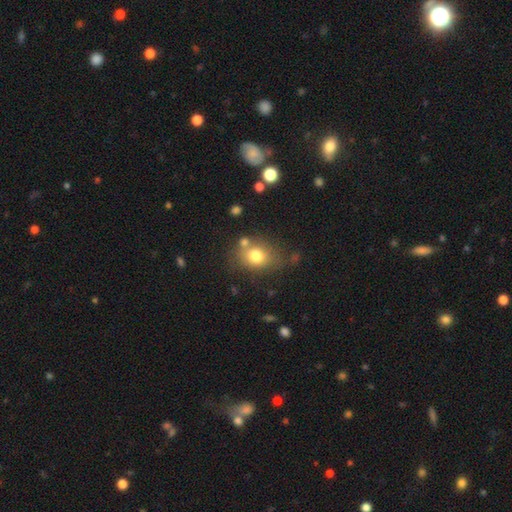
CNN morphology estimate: smooth-or-featured: smooth: 76% | featured or disk: 13% | star or artifact: 11%
  how-rounded: round: 53% | in between: 46% | cigar-shaped: 1%
  merging: none: 61% | minor disturbance: 18% | merger: 14% | major disturbance: 8%